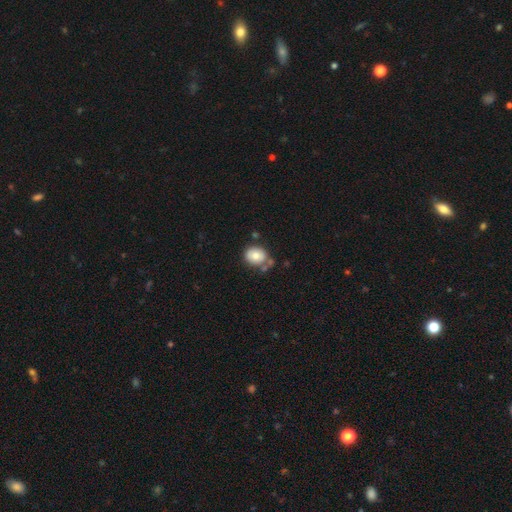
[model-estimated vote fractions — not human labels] Smooth or featured: smooth — 75% (featured or disk — 17%)
How rounded: round — 60% (in between — 39%)
Merging: none — 58% (minor disturbance — 19%)